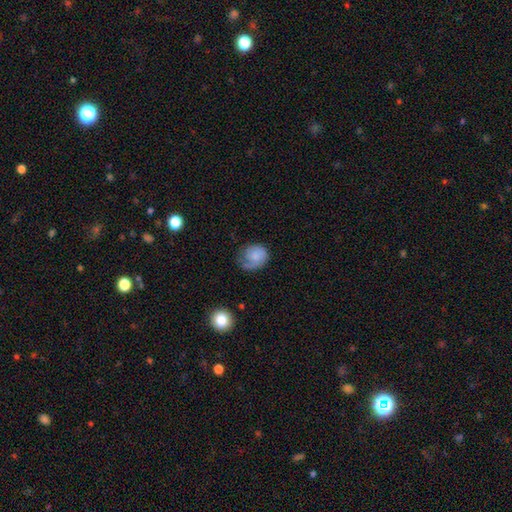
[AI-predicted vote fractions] Smooth or featured?
  - smooth: 55% *
  - featured or disk: 37%
  - star or artifact: 8%
How rounded?
  - round: 66% *
  - in between: 33%
  - cigar-shaped: 1%
Merging?
  - none: 44% *
  - minor disturbance: 30%
  - major disturbance: 23%
  - merger: 2%